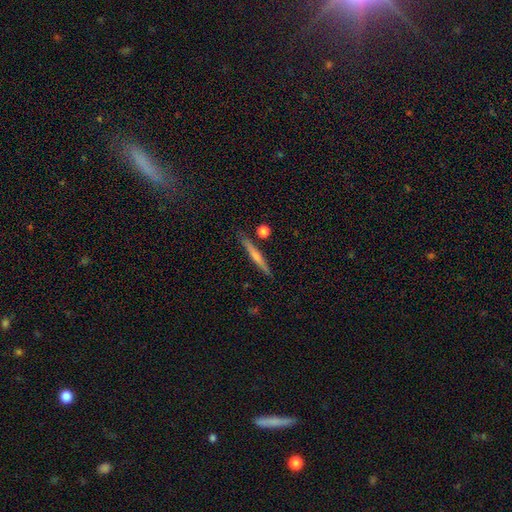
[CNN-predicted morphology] Q: Smooth or featured?
A: featured or disk (54%); runner-up: smooth (39%)
Q: Edge-on disk?
A: yes (97%); runner-up: no (3%)
Q: Edge-on bulge?
A: rounded (52%); runner-up: none (41%)
Q: Merging?
A: none (88%); runner-up: minor disturbance (8%)